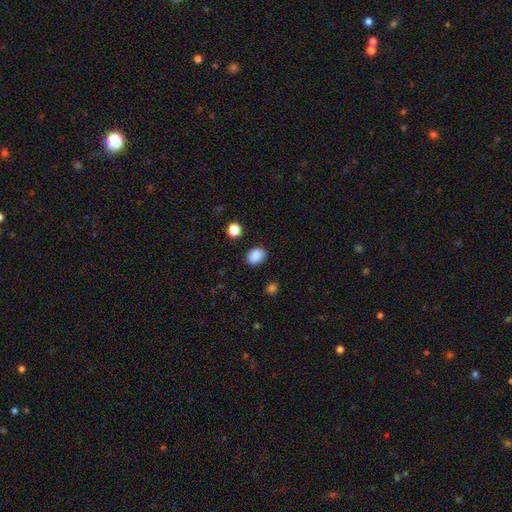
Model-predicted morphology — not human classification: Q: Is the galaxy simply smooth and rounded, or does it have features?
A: smooth — 88%.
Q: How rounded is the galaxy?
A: in between — 65%.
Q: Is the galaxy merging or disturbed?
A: none — 86%.